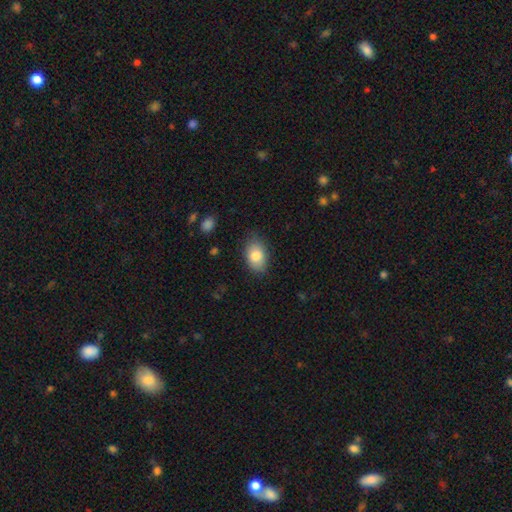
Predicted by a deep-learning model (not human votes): This appears to be a smooth galaxy with no disk features (83%) that is in between round and cigar-shaped (87%). Merging: none (79%).